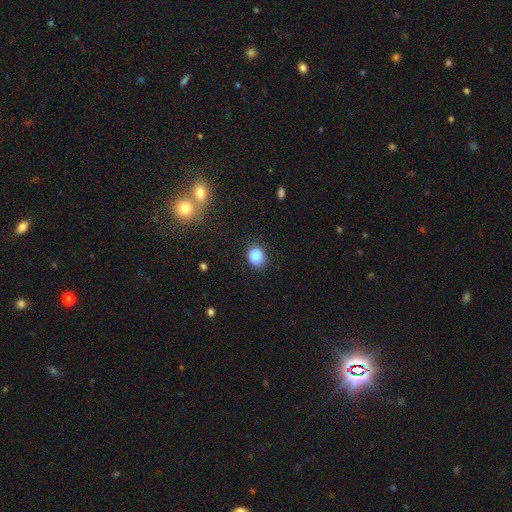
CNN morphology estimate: smooth-or-featured: smooth: 86% | star or artifact: 10% | featured or disk: 4%
  how-rounded: in between: 51% | round: 48% | cigar-shaped: 1%
  merging: none: 80% | minor disturbance: 15% | major disturbance: 4% | merger: 2%